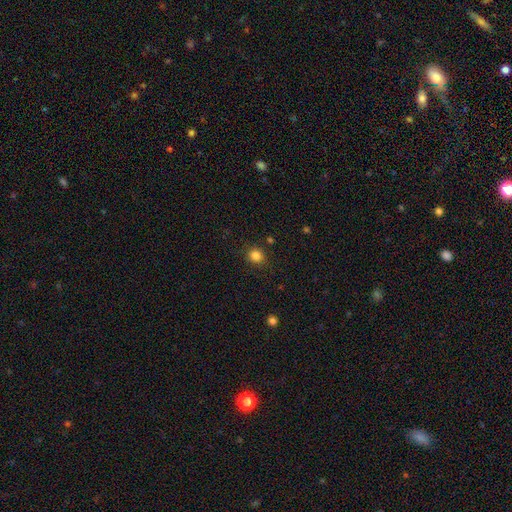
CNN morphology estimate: Q: Smooth or featured?
A: smooth (84%); runner-up: star or artifact (12%)
Q: How rounded?
A: round (81%); runner-up: in between (19%)
Q: Merging?
A: none (86%); runner-up: minor disturbance (9%)